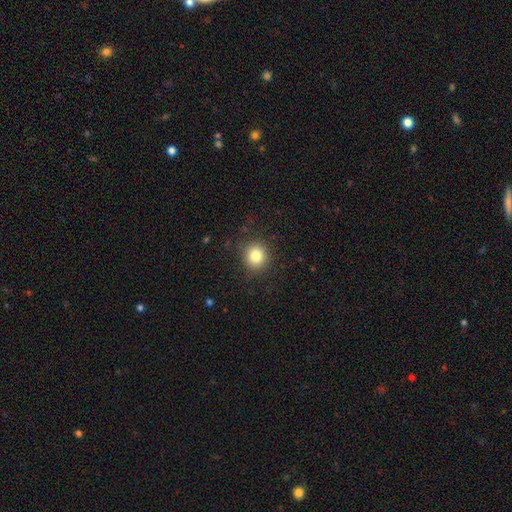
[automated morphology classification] A smooth galaxy with no disk features (81%) that is round (90%).

Vote fractions:
- Smooth or featured? smooth: 81% / star or artifact: 12% / featured or disk: 7%
- How rounded? round: 90% / in between: 9% / cigar-shaped: 1%
- Merging? none: 88% / minor disturbance: 8% / major disturbance: 3% / merger: 1%